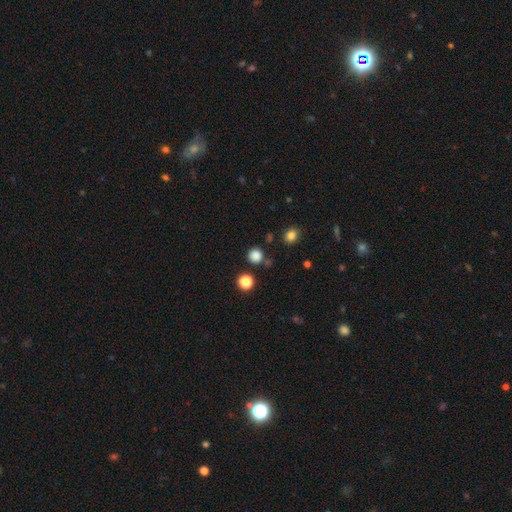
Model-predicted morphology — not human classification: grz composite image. It shows a smooth galaxy with no disk features (82%) that is round (92%). Merging: none (84%).